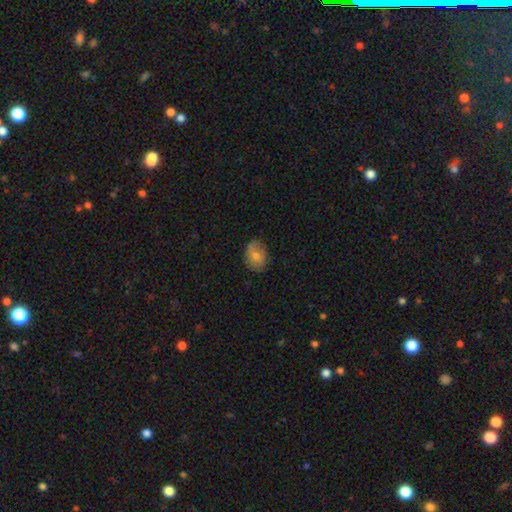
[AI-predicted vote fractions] This appears to be a smooth galaxy with no disk features (66%) that is in between round and cigar-shaped (68%). Merging: none (75%).